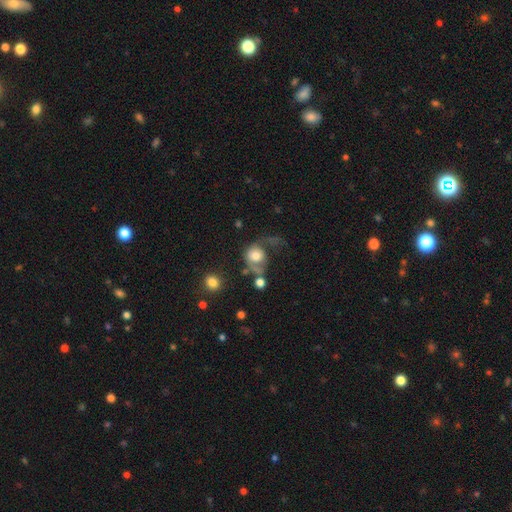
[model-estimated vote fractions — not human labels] This appears to be a smooth galaxy with no disk features (59%) that is round (71%). Merging: major disturbance (49%).